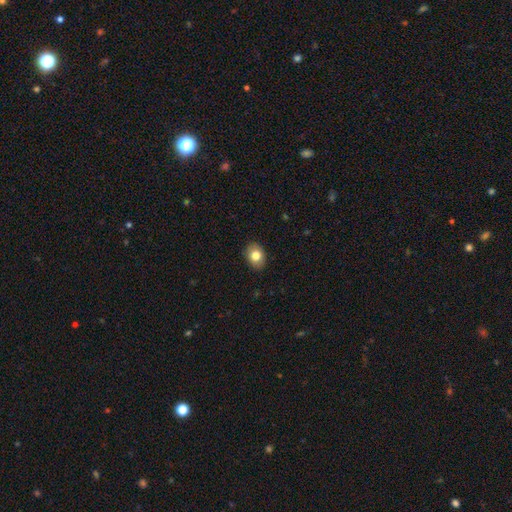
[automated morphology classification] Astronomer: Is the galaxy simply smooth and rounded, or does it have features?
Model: smooth — 80%.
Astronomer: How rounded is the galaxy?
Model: in between — 64%.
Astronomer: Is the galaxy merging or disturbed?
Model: none — 87%.